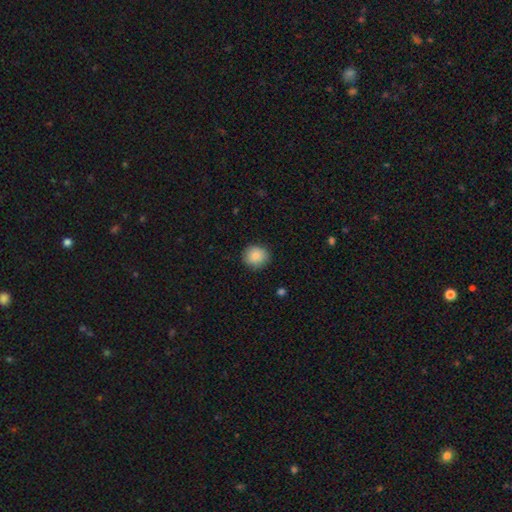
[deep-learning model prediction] Q: Smooth or featured?
A: smooth (87%); runner-up: star or artifact (8%)
Q: How rounded?
A: round (87%); runner-up: in between (12%)
Q: Merging?
A: none (86%); runner-up: minor disturbance (10%)